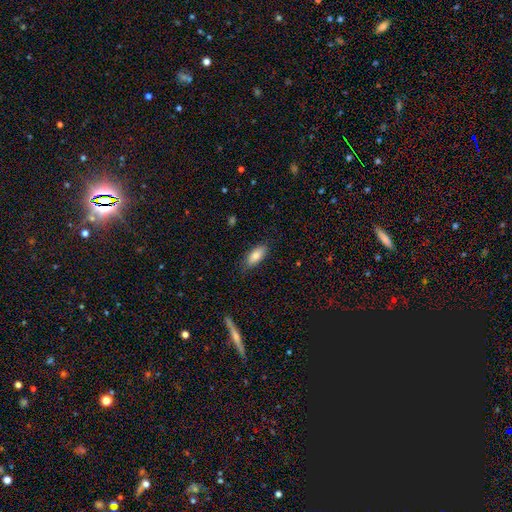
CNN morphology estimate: A smooth galaxy with no disk features (84%) that is in between round and cigar-shaped (84%). Merging: none (82%).